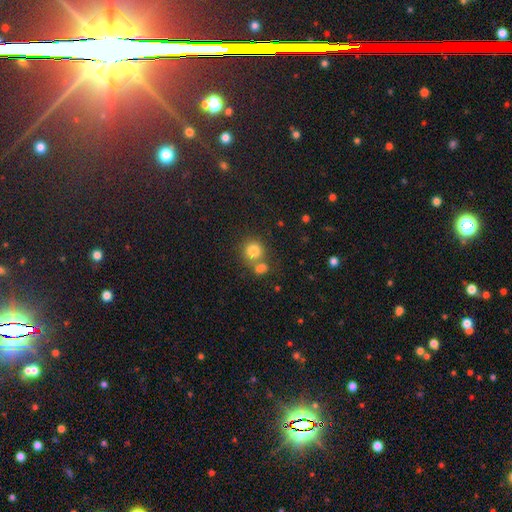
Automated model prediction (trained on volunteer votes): The model was most divided on "merging": none: 61%, merger: 30%, minor disturbance: 7%, major disturbance: 3%. More confident: how rounded — round (89%); smooth or featured — smooth (69%).